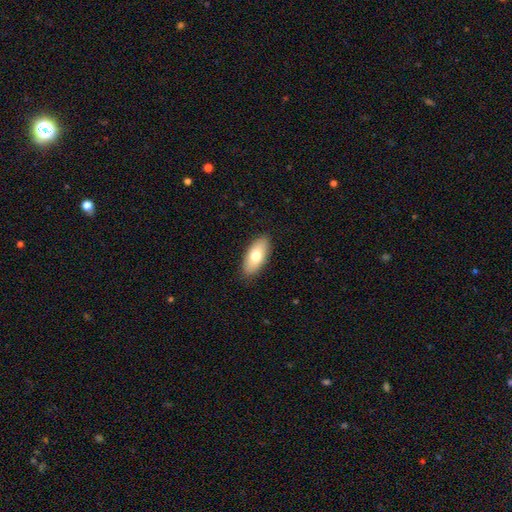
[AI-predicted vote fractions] The model was most divided on "smooth or featured": smooth: 74%, featured or disk: 20%, star or artifact: 6%. More confident: merging — none (88%); how rounded — in between (86%).